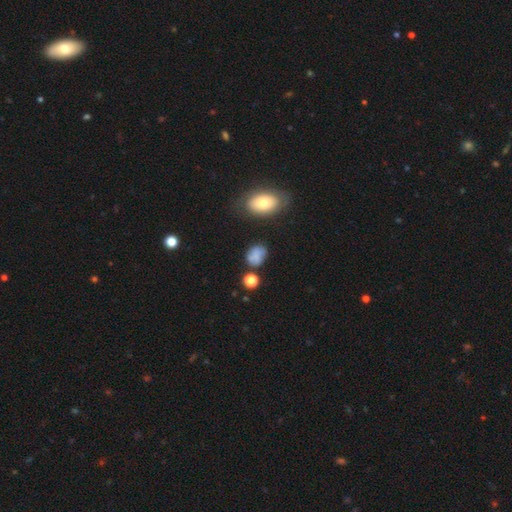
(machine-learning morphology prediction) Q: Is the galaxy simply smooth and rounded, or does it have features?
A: smooth — 72%.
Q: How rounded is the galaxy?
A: in between — 58%.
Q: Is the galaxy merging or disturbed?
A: none — 59%.